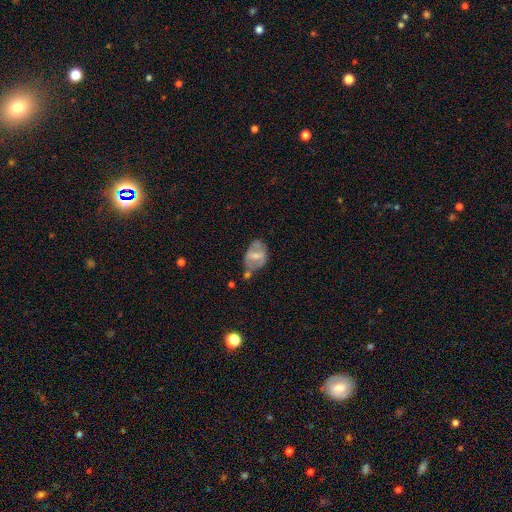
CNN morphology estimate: This is possibly a featured or disk galaxy (50%). Merging: marginally none (44%).